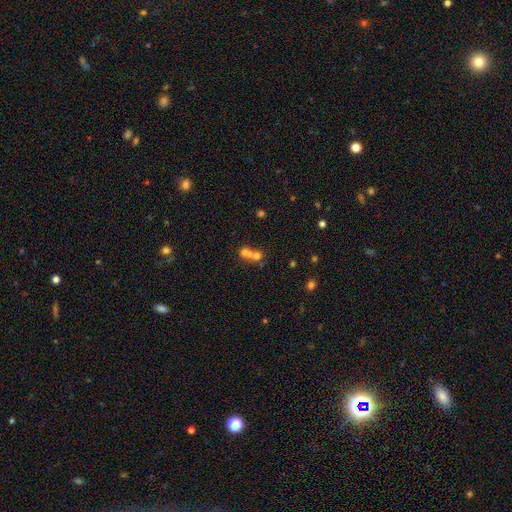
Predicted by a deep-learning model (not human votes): Smooth or featured?
  - smooth: 58% *
  - featured or disk: 24%
  - star or artifact: 18%
How rounded?
  - round: 68% *
  - in between: 28%
  - cigar-shaped: 3%
Merging?
  - merger: 63% *
  - none: 27%
  - minor disturbance: 6%
  - major disturbance: 5%